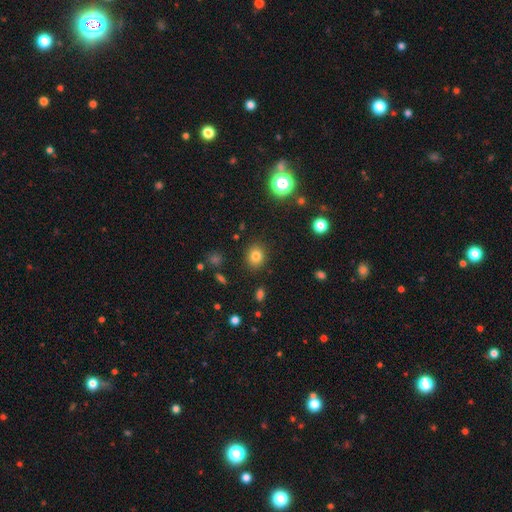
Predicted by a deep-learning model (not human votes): Smooth or featured? smooth (78%)
How rounded? round (67%)
Merging? none (88%)